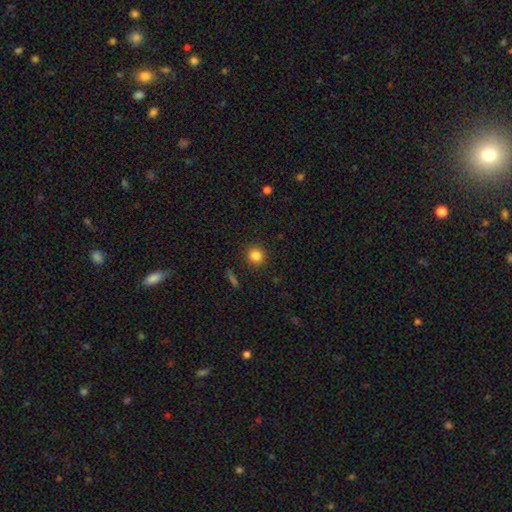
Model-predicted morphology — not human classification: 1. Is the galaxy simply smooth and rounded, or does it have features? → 84% smooth, 12% star or artifact, 5% featured or disk.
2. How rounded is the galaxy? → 92% round, 7% in between, 1% cigar-shaped.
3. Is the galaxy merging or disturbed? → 90% none, 6% minor disturbance, 2% major disturbance, 1% merger.